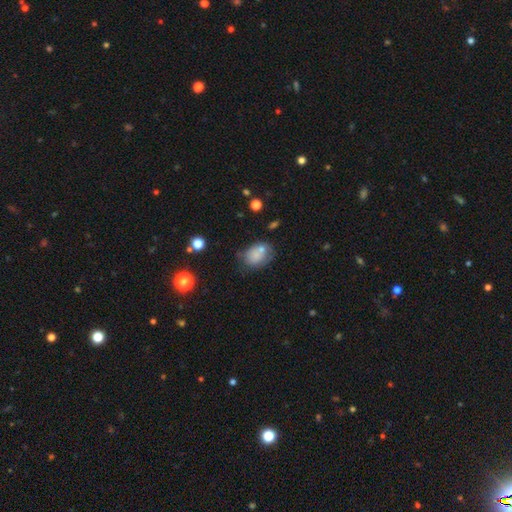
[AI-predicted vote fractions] Morphology: type=smooth (71%); roundness=in between (75%); merging=none (43%).